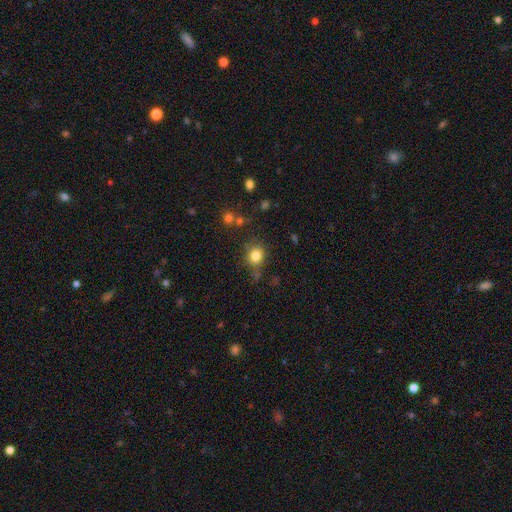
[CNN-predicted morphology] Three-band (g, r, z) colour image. It shows a smooth galaxy with no disk features (81%) that is round (81%). Merging: none (73%).